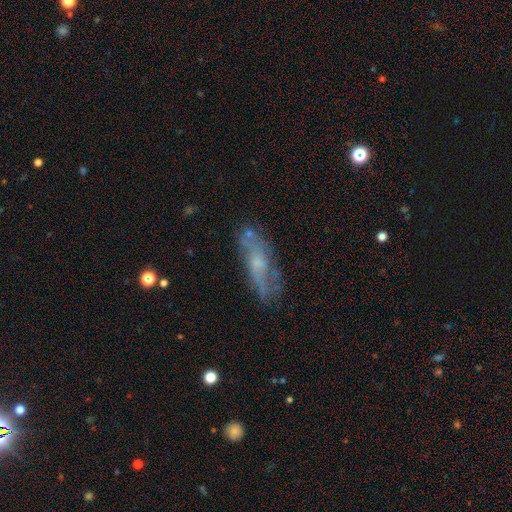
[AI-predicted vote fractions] Smooth or featured: featured or disk — 53% (smooth — 34%)
Edge-on disk: no — 70% (yes — 30%)
Merging: none — 72% (minor disturbance — 18%)